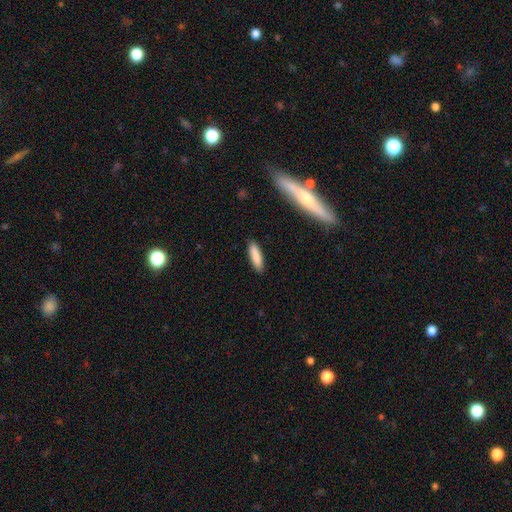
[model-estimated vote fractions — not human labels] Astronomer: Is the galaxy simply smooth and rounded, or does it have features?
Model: smooth — 86%.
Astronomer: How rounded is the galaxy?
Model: cigar-shaped — 64%.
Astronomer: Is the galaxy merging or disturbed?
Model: none — 89%.